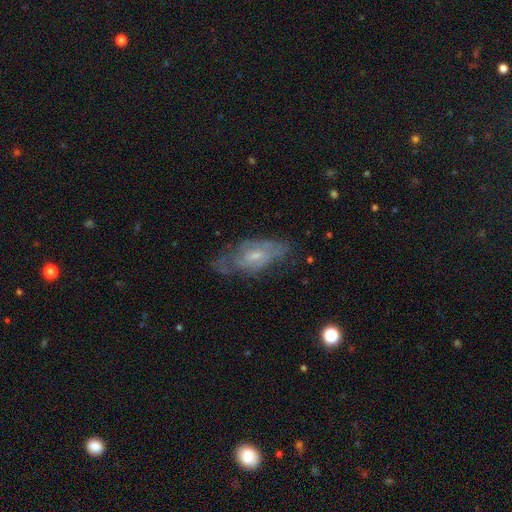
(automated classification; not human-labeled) A featured or disk galaxy (64%) with no bar (55%), spiral arms (63%) and a small central bulge (58%). Merging: none (57%).